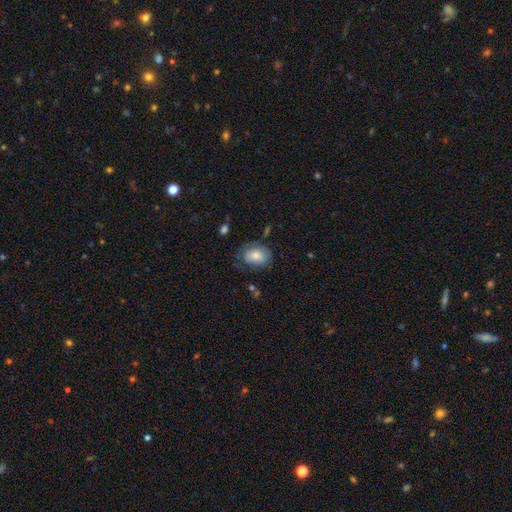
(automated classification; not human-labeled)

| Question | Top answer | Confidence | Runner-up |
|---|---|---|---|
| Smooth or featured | smooth | 70% | featured or disk (22%) |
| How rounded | in between | 72% | round (27%) |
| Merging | none | 60% | minor disturbance (25%) |